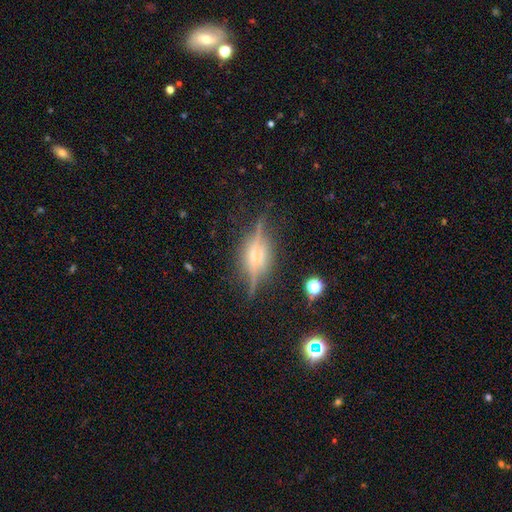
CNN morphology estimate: The model was most divided on "merging": none: 83%, minor disturbance: 12%, major disturbance: 4%, merger: 1%. More confident: edge-on disk — yes (94%); edge-on bulge — rounded (85%); smooth or featured — featured or disk (83%).